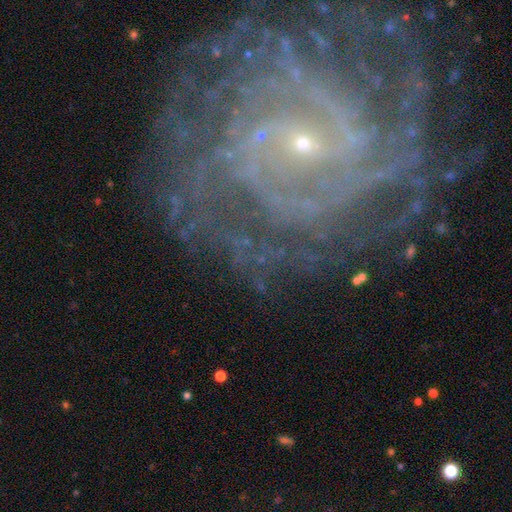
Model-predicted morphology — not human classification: A featured or disk galaxy (88%) with no bar (46%), tight (69%) spiral arms (97%) and a small central bulge (89%).

Vote fractions:
- Smooth or featured? featured or disk: 88% / star or artifact: 8% / smooth: 4%
- Edge-on disk? no: 97% / yes: 3%
- Bar? no: 46% / weak: 36% / strong: 18%
- Spiral arms? yes: 97% / no: 3%
- Spiral winding? tight: 69% / medium: 26% / loose: 6%
- Spiral arm count? can't tell: 25% / more than 4: 18% / 4: 17% / 2: 17% / 3: 14% / 1: 9%
- Bulge size? small: 89% / moderate: 7% / none: 2% / large: 1% / dominant: 1%
- Merging? none: 75% / minor disturbance: 14% / major disturbance: 9% / merger: 2%